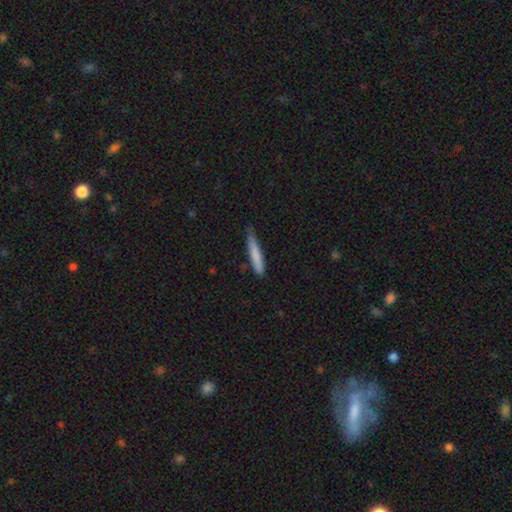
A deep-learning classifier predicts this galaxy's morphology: smooth_or_featured: smooth (p=0.78) [alt: featured or disk p=0.16]
how_rounded: cigar-shaped (p=0.93) [alt: in between p=0.06]
merging: none (p=0.69) [alt: minor disturbance p=0.26]